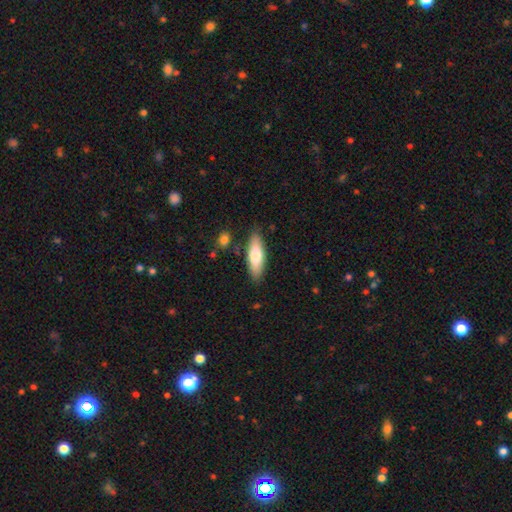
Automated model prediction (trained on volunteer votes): smooth 70%, featured or disk 24%, star or artifact 6%. Down the decision tree: how rounded — in between (55%); merging — none (84%).